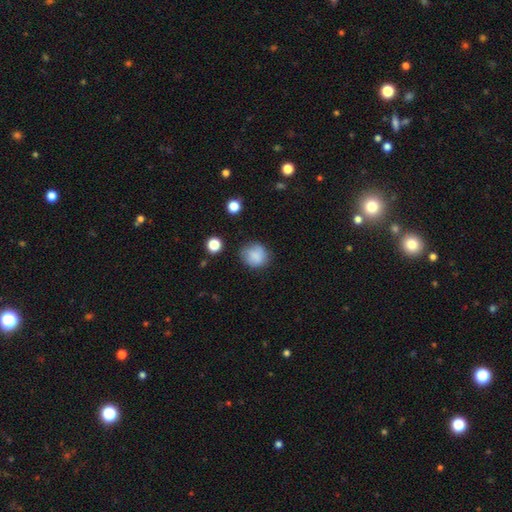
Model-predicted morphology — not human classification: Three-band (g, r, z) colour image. It shows a smooth galaxy with no disk features (84%) that is round (80%). Merging: none (74%).